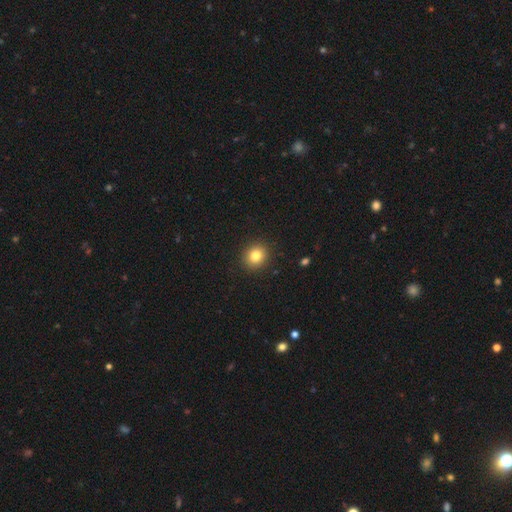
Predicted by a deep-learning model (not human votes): Q: Smooth or featured?
A: smooth (82%); runner-up: star or artifact (11%)
Q: How rounded?
A: round (83%); runner-up: in between (16%)
Q: Merging?
A: none (91%); runner-up: minor disturbance (6%)